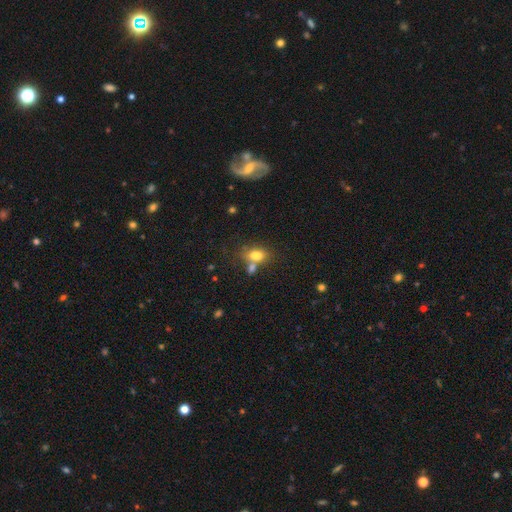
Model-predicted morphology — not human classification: smooth_or_featured: smooth (p=0.76) [alt: featured or disk p=0.13]
how_rounded: in between (p=0.79) [alt: round p=0.18]
merging: none (p=0.43) [alt: merger p=0.38]